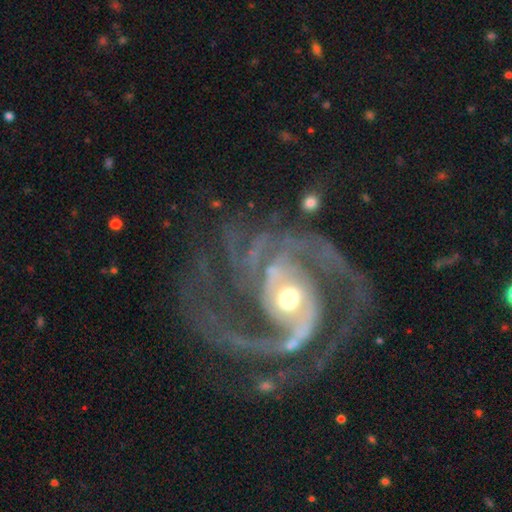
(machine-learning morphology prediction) smooth_or_featured: featured or disk (p=0.93) [alt: star or artifact p=0.05]
disk_edge_on: no (p=0.98) [alt: yes p=0.02]
bar: no (p=0.40) [alt: weak p=0.33]
has_spiral_arms: yes (p=0.99) [alt: no p=0.01]
spiral_winding: medium (p=0.54) [alt: tight p=0.37]
spiral_arm_count: 2 (p=0.45) [alt: 3 p=0.28]
bulge_size: moderate (p=0.59) [alt: small p=0.31]
merging: none (p=0.63) [alt: major disturbance p=0.18]